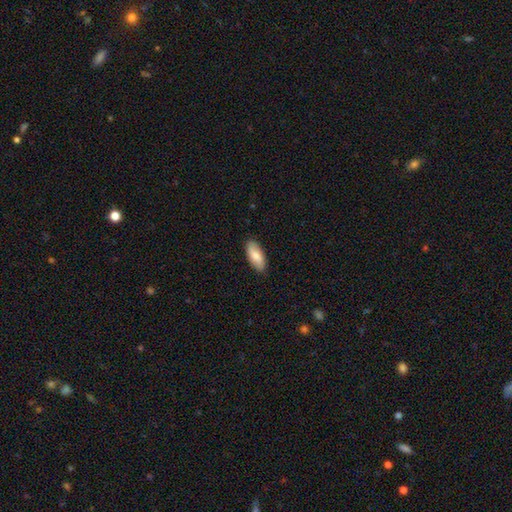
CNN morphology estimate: This appears to be a smooth galaxy with no disk features (80%) that is in between round and cigar-shaped (85%). Merging: none (88%).